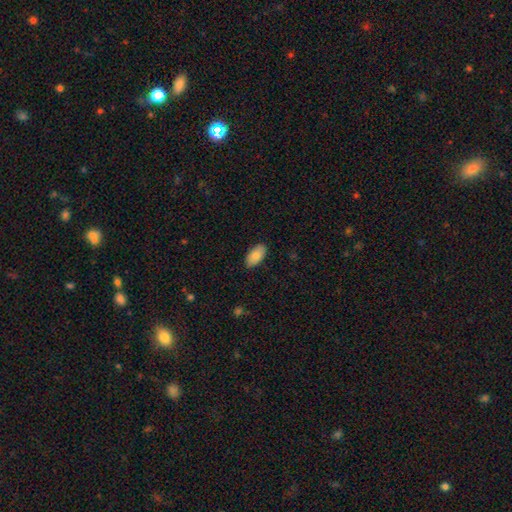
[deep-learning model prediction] A smooth galaxy with no disk features (86%) that is in between round and cigar-shaped (95%). Merging: none (88%).